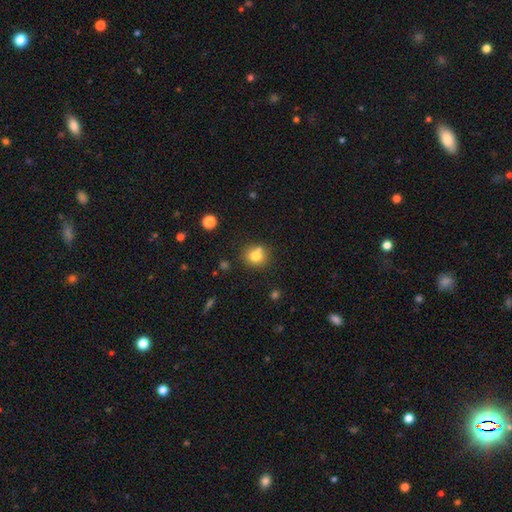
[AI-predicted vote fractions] Q: Smooth or featured?
A: smooth (77%); runner-up: star or artifact (12%)
Q: How rounded?
A: round (84%); runner-up: in between (15%)
Q: Merging?
A: none (67%); runner-up: merger (20%)